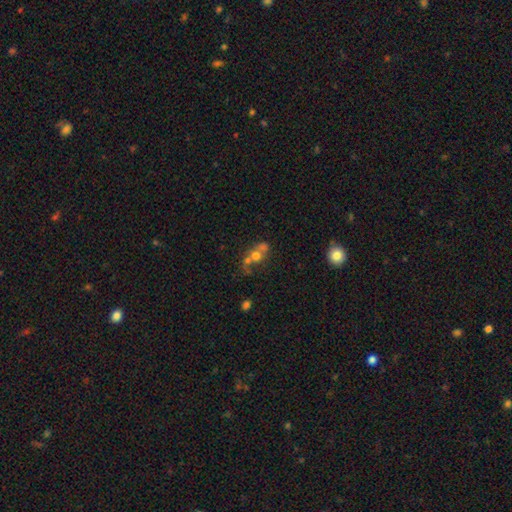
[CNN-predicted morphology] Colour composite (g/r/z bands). It shows a smooth galaxy with no disk features (54%) that is round (65%). Merging: merger (54%).